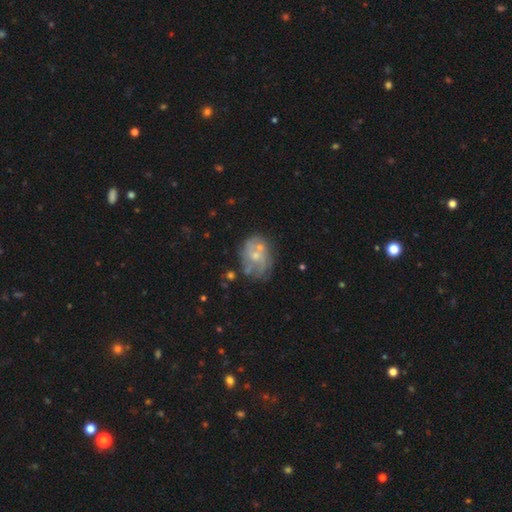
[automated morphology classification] A featured or disk galaxy (64%) with no bar (78%), spiral arms (52%) and a small central bulge (52%).

Vote fractions:
- Smooth or featured? featured or disk: 64% / smooth: 27% / star or artifact: 9%
- Edge-on disk? no: 97% / yes: 3%
- Bar? no: 78% / weak: 19% / strong: 3%
- Spiral arms? yes: 52% / no: 48%
- Bulge size? small: 52% / moderate: 39% / none: 6% / large: 2% / dominant: 1%
- Merging? none: 50% / minor disturbance: 23% / major disturbance: 14% / merger: 13%